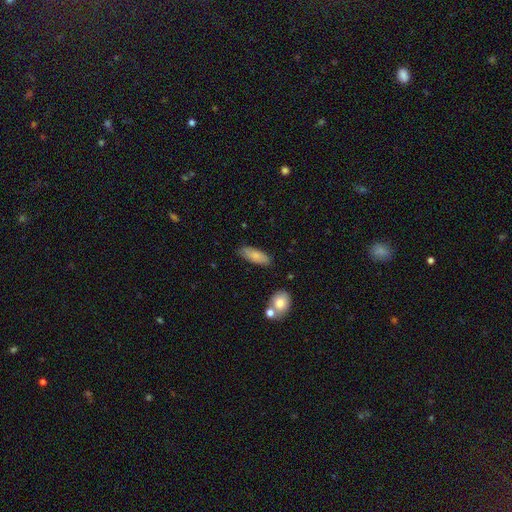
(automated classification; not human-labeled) Morphology: type=smooth (81%); roundness=in between (67%); merging=none (82%).